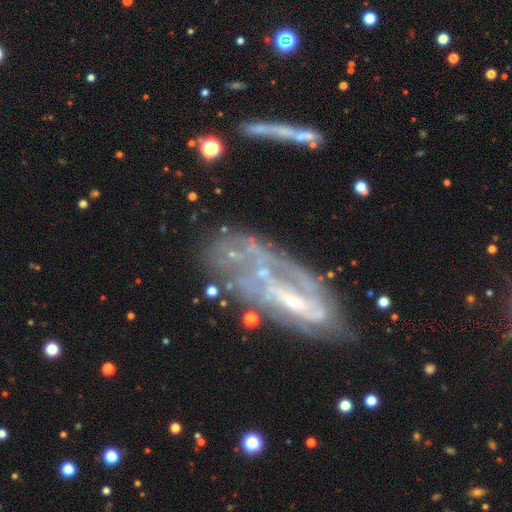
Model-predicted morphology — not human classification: featured or disk 72%, smooth 17%, star or artifact 11%. Down the decision tree: edge-on disk — no (85%); bar — no (48%); spiral arms — yes (54%); bulge size — small (39%); merging — none (42%).